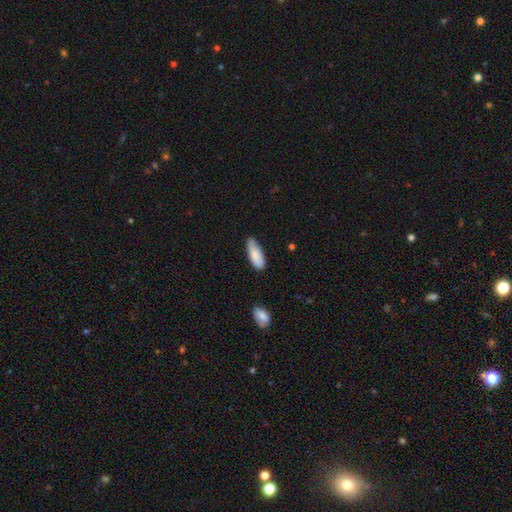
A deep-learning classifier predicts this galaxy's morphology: Smooth or featured? Predicted: smooth (p=0.85). How rounded? Predicted: in between (p=0.69). Merging? Predicted: none (p=0.64).